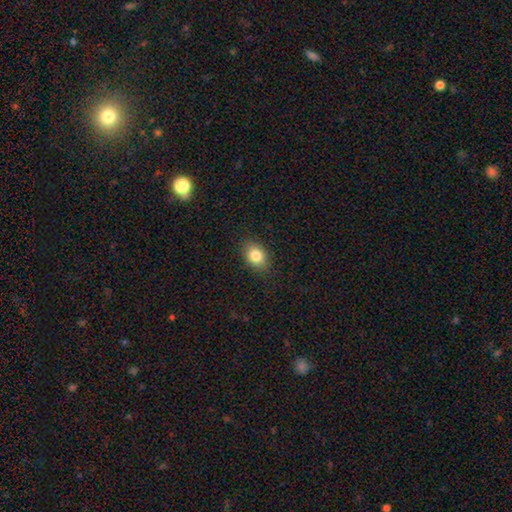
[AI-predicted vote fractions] Smooth or featured?
  - smooth: 83% *
  - star or artifact: 9%
  - featured or disk: 8%
How rounded?
  - in between: 67% *
  - round: 31%
  - cigar-shaped: 1%
Merging?
  - none: 86% *
  - minor disturbance: 10%
  - major disturbance: 2%
  - merger: 1%